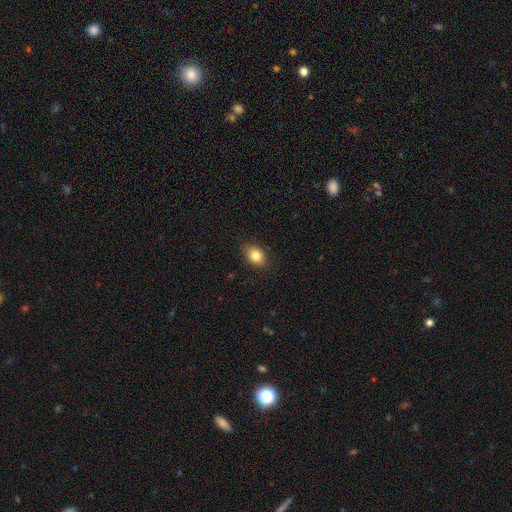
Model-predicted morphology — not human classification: The model was most divided on "how rounded": in between: 76%, round: 22%, cigar-shaped: 1%. More confident: merging — none (84%); smooth or featured — smooth (83%).